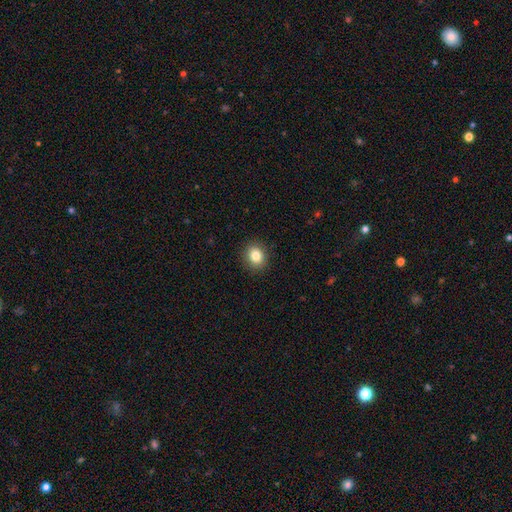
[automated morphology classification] smooth_or_featured: smooth (p=0.83) [alt: star or artifact p=0.10]
how_rounded: round (p=0.66) [alt: in between p=0.33]
merging: none (p=0.90) [alt: minor disturbance p=0.07]